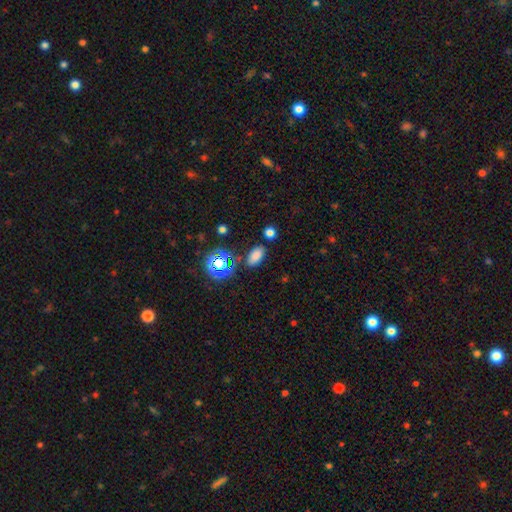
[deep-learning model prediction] A smooth galaxy with no disk features (75%) that is in between round and cigar-shaped (89%).

Vote fractions:
- Smooth or featured? smooth: 75% / star or artifact: 19% / featured or disk: 6%
- How rounded? in between: 89% / round: 7% / cigar-shaped: 3%
- Merging? none: 82% / minor disturbance: 10% / merger: 4% / major disturbance: 3%